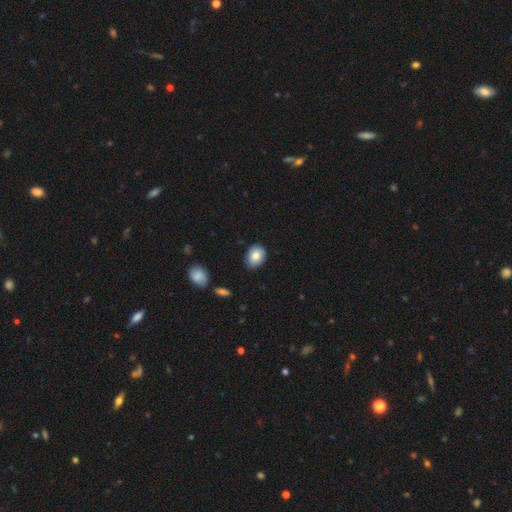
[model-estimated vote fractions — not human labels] Morphology: type=smooth (81%); roundness=in between (68%); merging=none (82%).